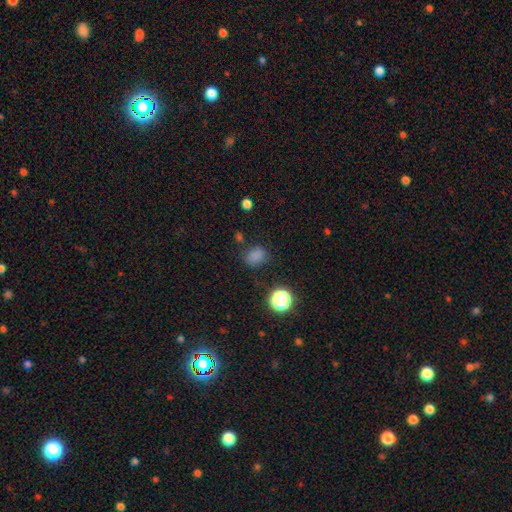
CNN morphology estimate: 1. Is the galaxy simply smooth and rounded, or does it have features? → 78% smooth, 17% star or artifact, 5% featured or disk.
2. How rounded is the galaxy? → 56% in between, 43% round, 1% cigar-shaped.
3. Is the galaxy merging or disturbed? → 73% none, 17% minor disturbance, 6% major disturbance, 4% merger.